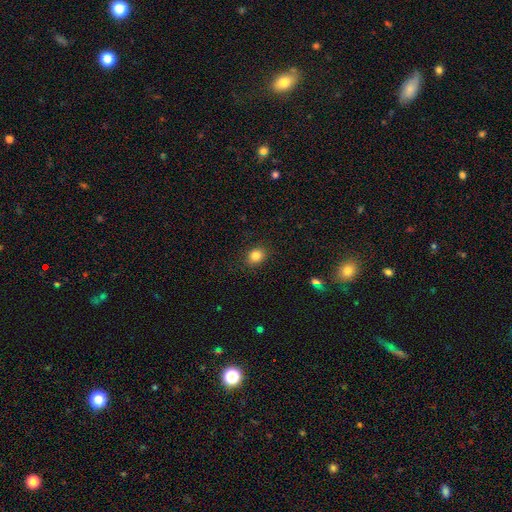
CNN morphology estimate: type=smooth (84%); roundness=round (54%); merging=none (88%).